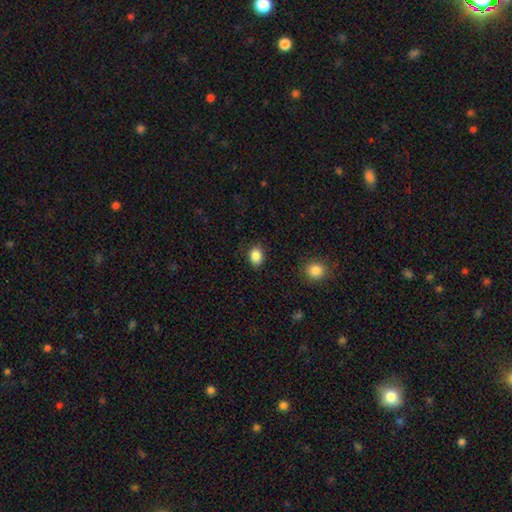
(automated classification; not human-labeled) Q: Smooth or featured?
A: smooth (87%); runner-up: star or artifact (9%)
Q: How rounded?
A: in between (54%); runner-up: round (45%)
Q: Merging?
A: none (86%); runner-up: minor disturbance (10%)